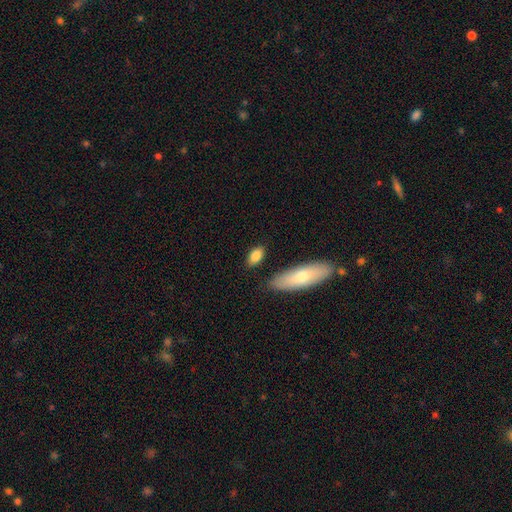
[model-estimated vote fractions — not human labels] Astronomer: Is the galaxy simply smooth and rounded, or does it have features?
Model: smooth — 85%.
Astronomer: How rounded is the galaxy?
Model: in between — 86%.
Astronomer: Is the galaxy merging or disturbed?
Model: none — 82%.